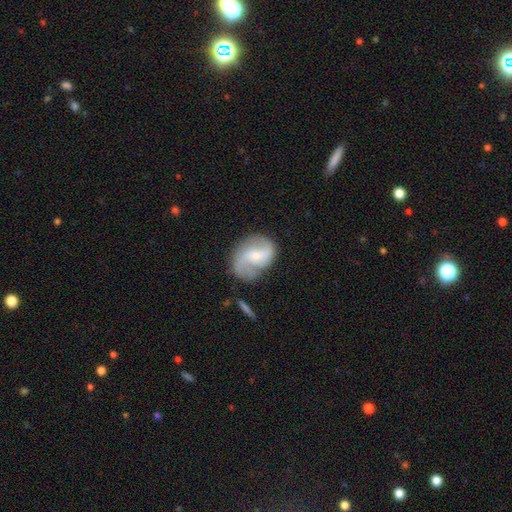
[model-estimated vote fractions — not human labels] Q: Smooth or featured?
A: featured or disk (76%); runner-up: smooth (18%)
Q: Edge-on disk?
A: no (97%); runner-up: yes (3%)
Q: Bar?
A: weak (44%); runner-up: no (41%)
Q: Spiral arms?
A: yes (94%); runner-up: no (6%)
Q: Spiral winding?
A: loose (49%); runner-up: medium (38%)
Q: Spiral arm count?
A: 2 (85%); runner-up: can't tell (5%)
Q: Bulge size?
A: small (56%); runner-up: moderate (32%)
Q: Merging?
A: none (67%); runner-up: minor disturbance (20%)